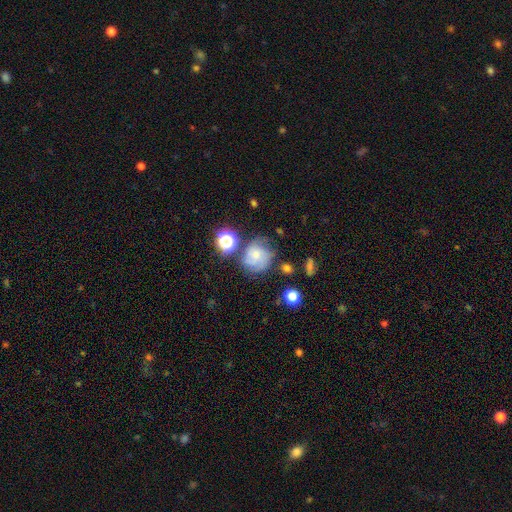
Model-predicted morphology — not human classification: Overall: featured or disk (47%; smooth 40%). Merging: none (52%; minor disturbance 25%).